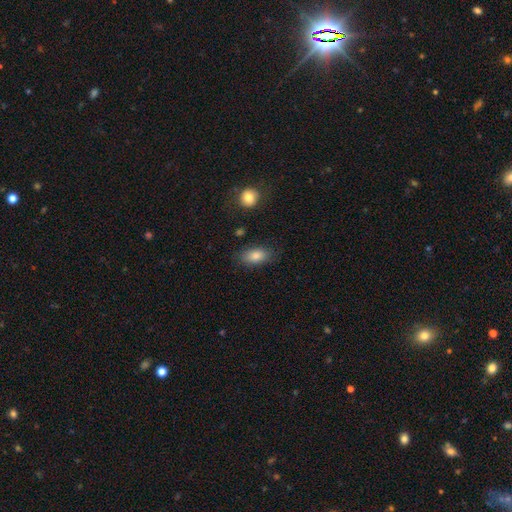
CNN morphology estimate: smooth_or_featured: smooth (p=0.83) [alt: featured or disk p=0.09]
how_rounded: in between (p=0.89) [alt: round p=0.07]
merging: none (p=0.81) [alt: minor disturbance p=0.13]